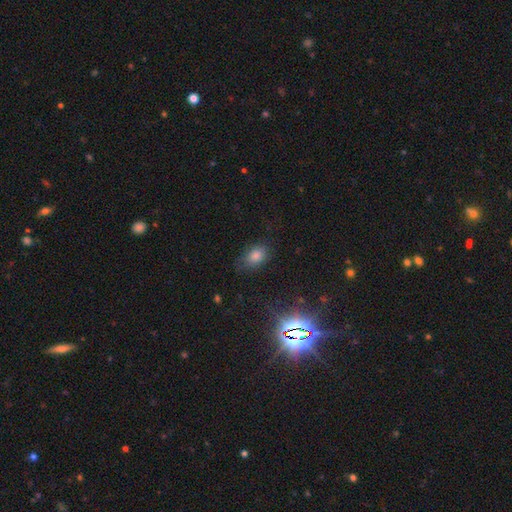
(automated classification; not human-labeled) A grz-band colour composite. It shows a smooth galaxy with no disk features (65%) that is in between round and cigar-shaped (80%). Merging: none (74%).